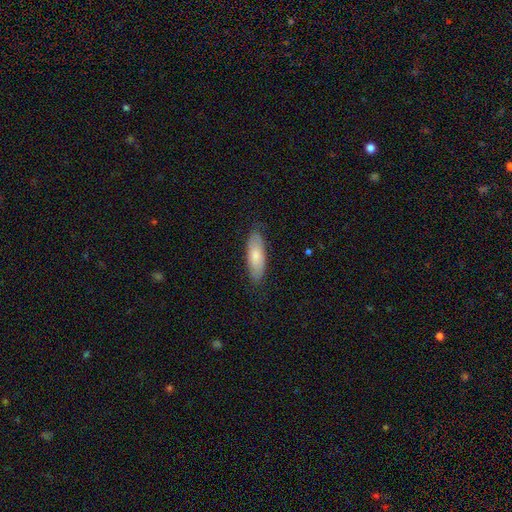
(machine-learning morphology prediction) Smooth or featured: smooth — 66% (featured or disk — 27%)
How rounded: in between — 57% (cigar-shaped — 41%)
Merging: none — 82% (minor disturbance — 15%)